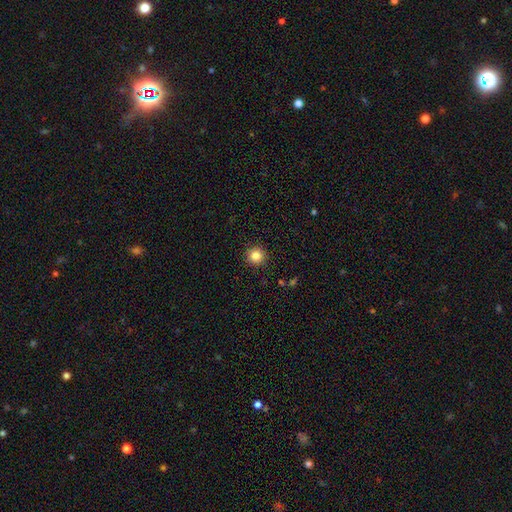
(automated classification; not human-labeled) Overall: smooth (83%). How rounded: round (95%). Merging: none (92%).